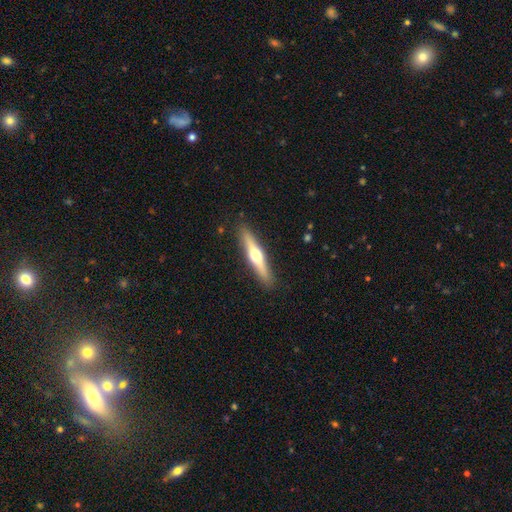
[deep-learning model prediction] Smooth or featured?
  - featured or disk: 60% *
  - smooth: 35%
  - star or artifact: 5%
Edge-on disk?
  - yes: 96% *
  - no: 4%
Edge-on bulge?
  - rounded: 92% *
  - none: 5%
  - boxy: 3%
Merging?
  - none: 90% *
  - minor disturbance: 7%
  - major disturbance: 2%
  - merger: 1%